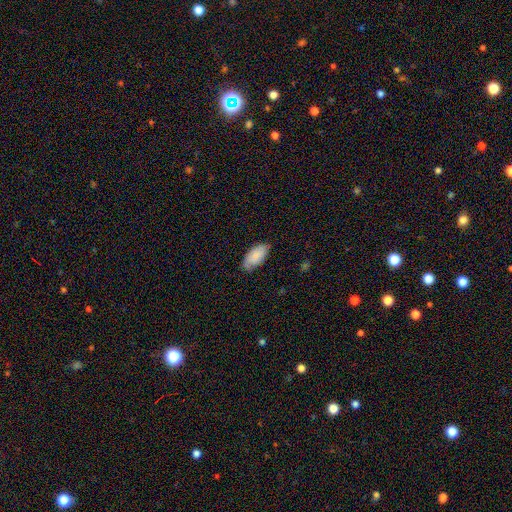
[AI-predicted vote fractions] Morphology: type=smooth (83%); roundness=in between (93%); merging=none (71%).